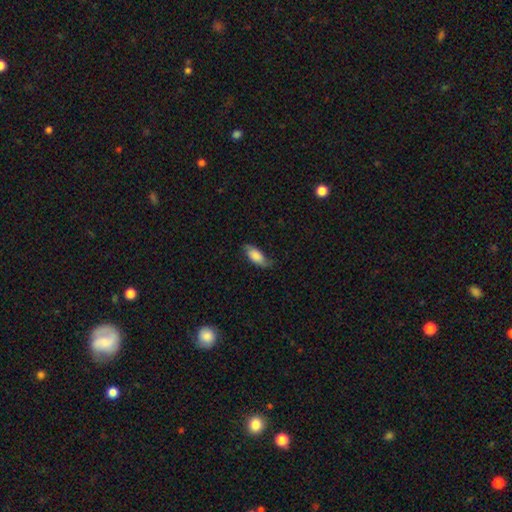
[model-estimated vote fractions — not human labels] The model was most divided on "smooth or featured": smooth: 60%, featured or disk: 32%, star or artifact: 7%. More confident: how rounded — in between (87%); merging — none (63%).